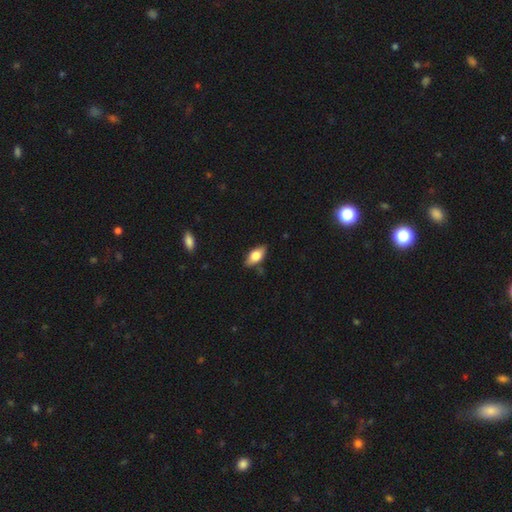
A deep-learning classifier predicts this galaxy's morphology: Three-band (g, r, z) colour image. It shows a smooth galaxy with no disk features (72%) that is in between round and cigar-shaped (86%). Merging: none (81%).